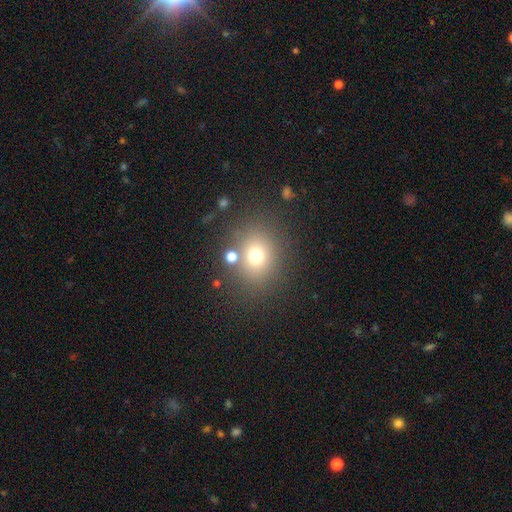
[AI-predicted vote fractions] This is likely a smooth galaxy (69%). How rounded: likely round (73%). Merging: likely none (76%).